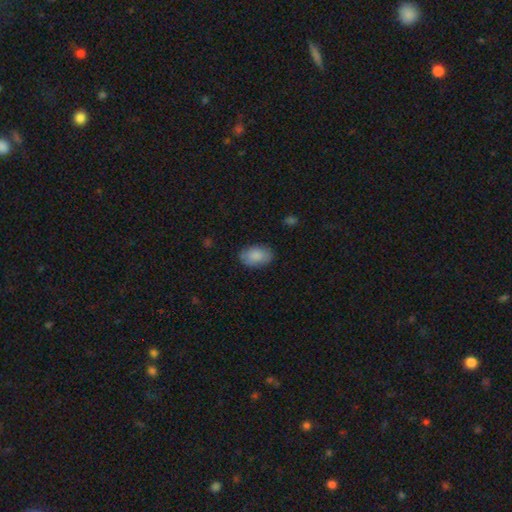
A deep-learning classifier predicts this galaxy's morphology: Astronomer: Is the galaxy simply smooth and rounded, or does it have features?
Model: smooth — 85%.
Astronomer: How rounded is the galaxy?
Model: in between — 90%.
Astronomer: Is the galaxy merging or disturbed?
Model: none — 80%.